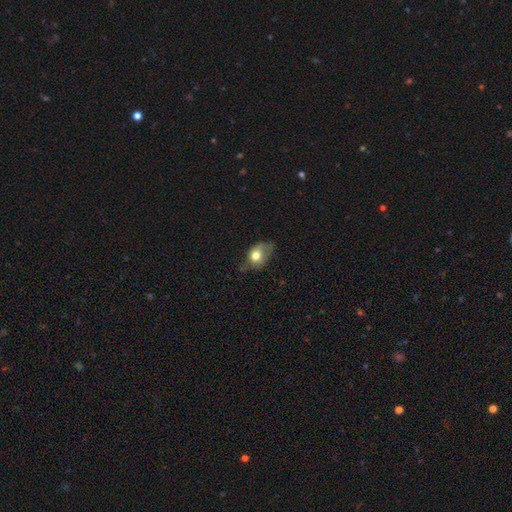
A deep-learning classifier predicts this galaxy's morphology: Smooth or featured? Predicted: smooth (p=0.70). How rounded? Predicted: in between (p=0.72). Merging? Predicted: minor disturbance (p=0.39, tied with none).